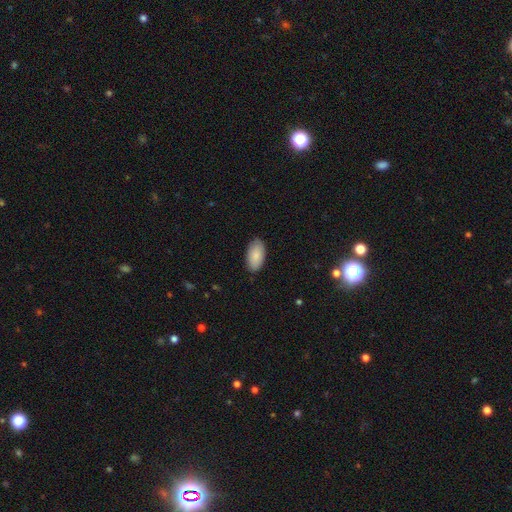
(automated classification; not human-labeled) Smooth or featured? smooth (87%)
How rounded? in between (95%)
Merging? none (86%)